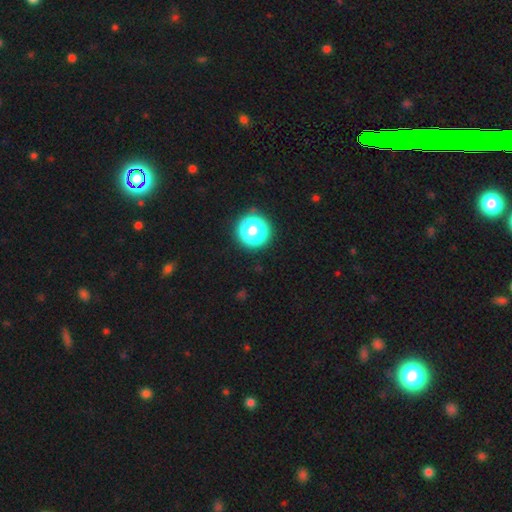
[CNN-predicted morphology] Overall: star or artifact (67%).